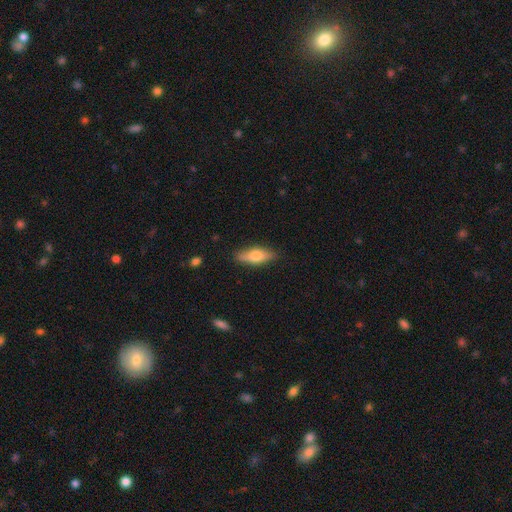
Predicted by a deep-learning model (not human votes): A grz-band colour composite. It shows a smooth galaxy with no disk features (62%) that is in between round and cigar-shaped (64%). Merging: none (83%).